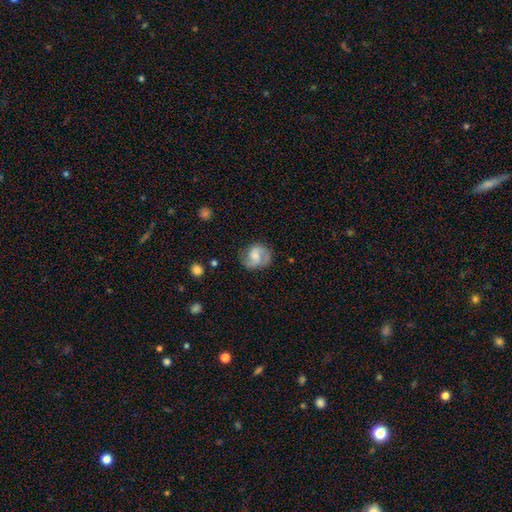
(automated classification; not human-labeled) featured or disk 66%, smooth 27%, star or artifact 7%. Down the decision tree: edge-on disk — no (98%); bar — no (46%); spiral arms — yes (92%); spiral arm count — 2 (84%); spiral winding — medium (50%); bulge size — moderate (45%); merging — none (71%).